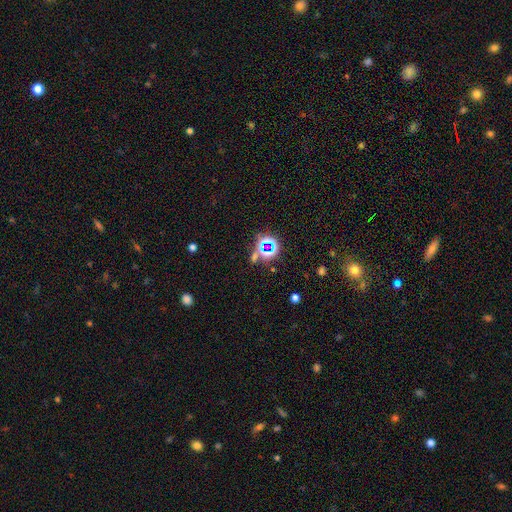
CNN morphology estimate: Smooth or featured: star or artifact — 69% (smooth — 22%)